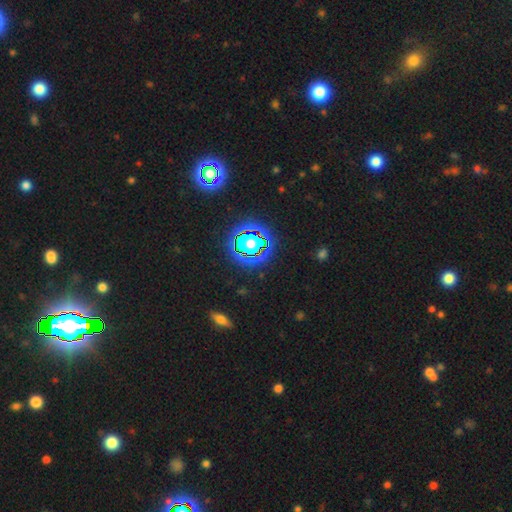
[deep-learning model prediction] A star or artifact, not a galaxy (81%).